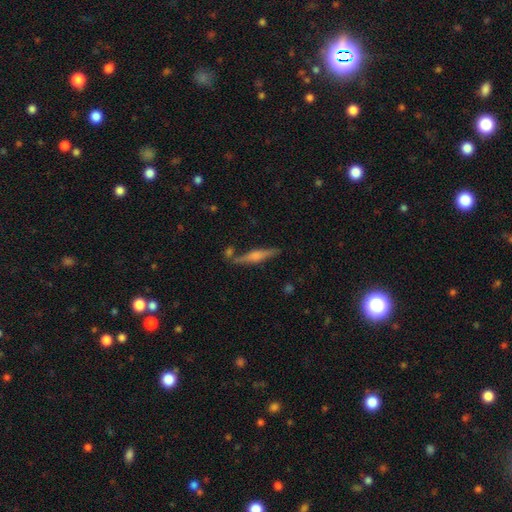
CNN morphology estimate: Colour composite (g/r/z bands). It shows a featured or disk galaxy (64%) viewed edge-on (97%) with a rounded central bulge (77%). Merging: none (81%).